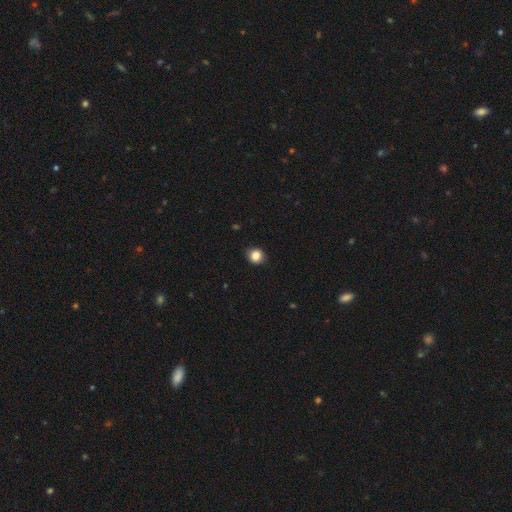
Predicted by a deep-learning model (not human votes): Smooth or featured? Predicted: smooth (p=0.85). How rounded? Predicted: round (p=0.89). Merging? Predicted: none (p=0.88).